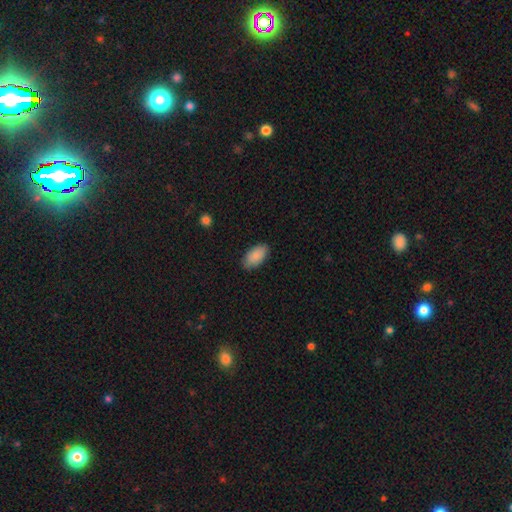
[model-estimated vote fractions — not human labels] A smooth galaxy with no disk features (89%) that is in between round and cigar-shaped (94%).

Vote fractions:
- Smooth or featured? smooth: 89% / star or artifact: 6% / featured or disk: 5%
- How rounded? in between: 94% / cigar-shaped: 3% / round: 2%
- Merging? none: 86% / minor disturbance: 11% / major disturbance: 2% / merger: 1%